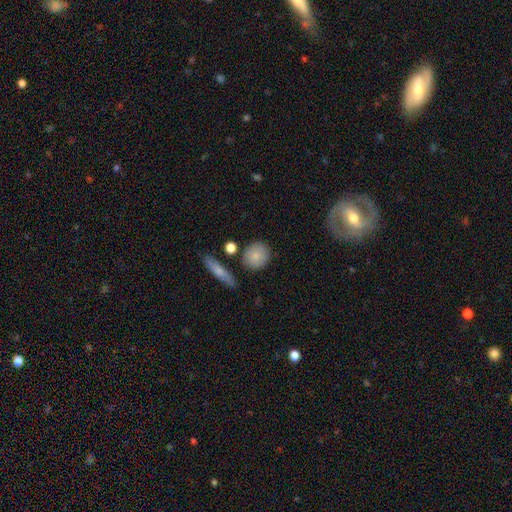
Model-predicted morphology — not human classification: This is clearly a smooth galaxy (83%). How rounded: clearly round (82%). Merging: clearly none (81%).